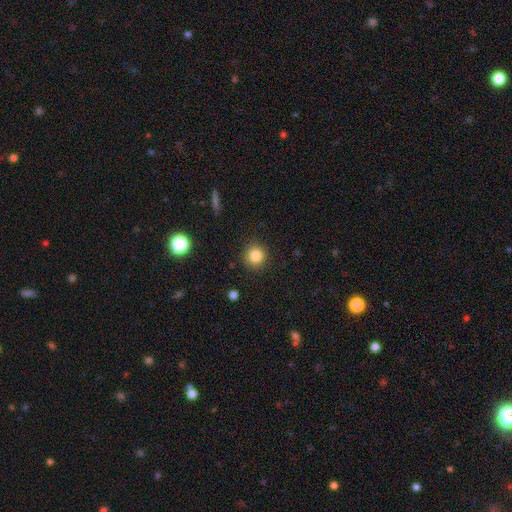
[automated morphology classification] smooth-or-featured: smooth: 83% | star or artifact: 12% | featured or disk: 6%
  how-rounded: round: 92% | in between: 7% | cigar-shaped: 1%
  merging: none: 90% | minor disturbance: 7% | major disturbance: 2% | merger: 1%